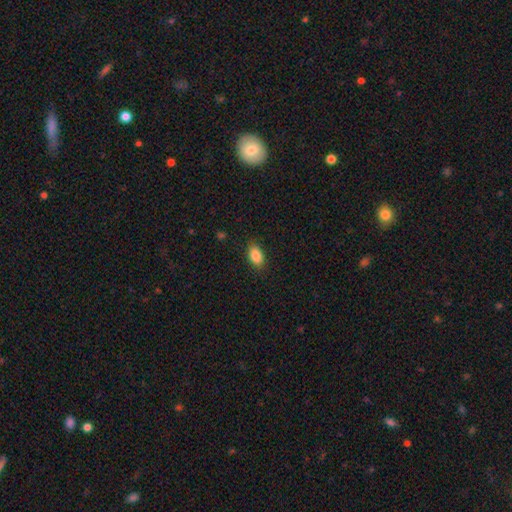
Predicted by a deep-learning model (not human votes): This appears to be a smooth galaxy with no disk features (88%) that is in between round and cigar-shaped (91%). Merging: none (87%).